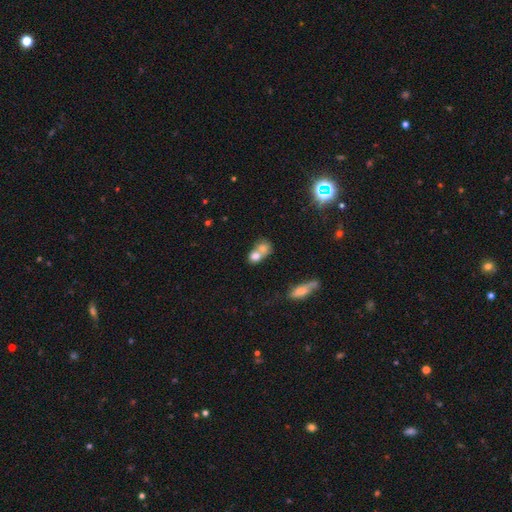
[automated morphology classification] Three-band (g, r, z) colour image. It shows a smooth galaxy with no disk features (73%) that is round (52%). Merging: merger (65%).